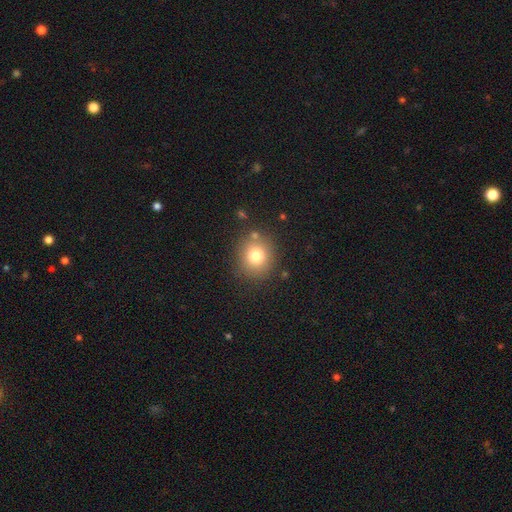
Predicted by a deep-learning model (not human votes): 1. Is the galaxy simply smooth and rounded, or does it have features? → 77% smooth, 13% star or artifact, 10% featured or disk.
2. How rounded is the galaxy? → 83% round, 16% in between, 1% cigar-shaped.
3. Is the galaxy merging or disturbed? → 82% none, 10% minor disturbance, 5% merger, 4% major disturbance.